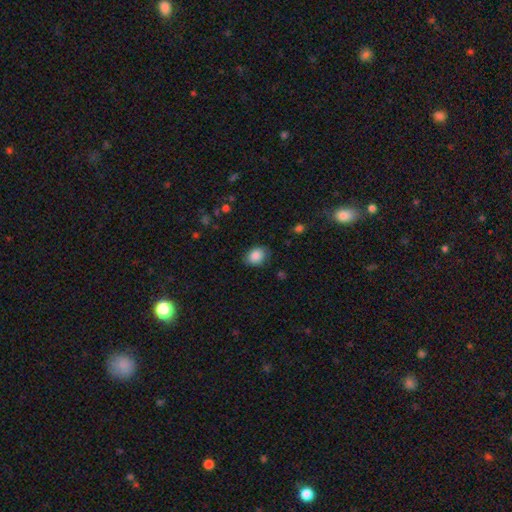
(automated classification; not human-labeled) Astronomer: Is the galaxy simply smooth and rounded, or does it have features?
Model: smooth — 87%.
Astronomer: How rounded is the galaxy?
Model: in between — 64%.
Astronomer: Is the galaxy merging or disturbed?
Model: none — 78%.